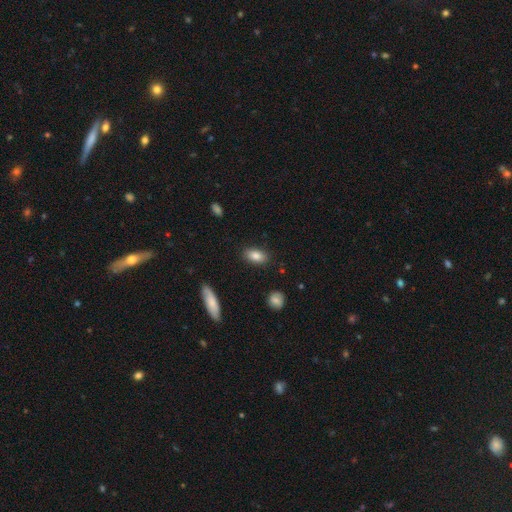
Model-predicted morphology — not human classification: Smooth or featured? smooth (85%)
How rounded? in between (89%)
Merging? none (86%)